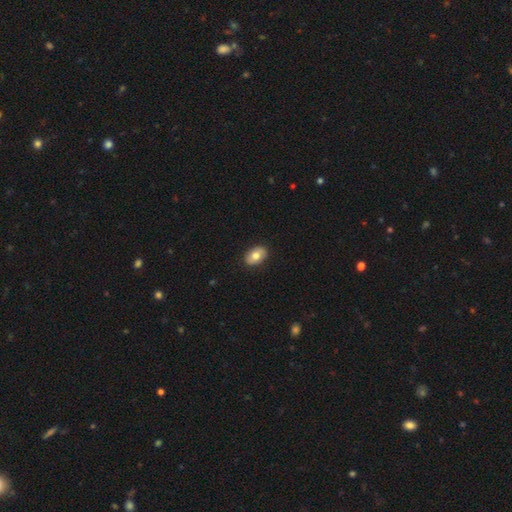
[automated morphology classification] Smooth or featured? Predicted: smooth (p=0.77). How rounded? Predicted: in between (p=0.89). Merging? Predicted: none (p=0.90).